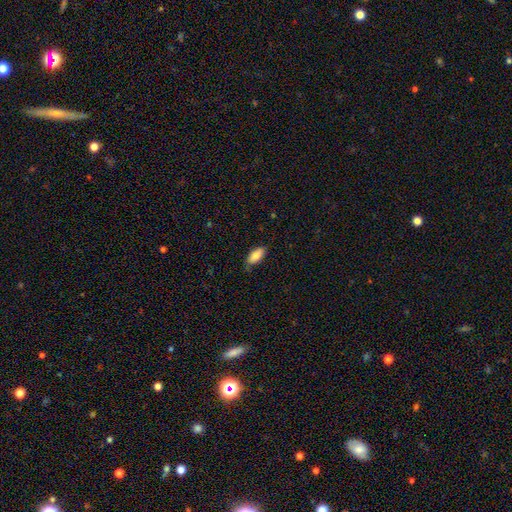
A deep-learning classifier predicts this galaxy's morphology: Smooth or featured?
  - smooth: 84% *
  - featured or disk: 9%
  - star or artifact: 7%
How rounded?
  - in between: 89% *
  - cigar-shaped: 9%
  - round: 2%
Merging?
  - none: 74% *
  - minor disturbance: 21%
  - major disturbance: 3%
  - merger: 1%